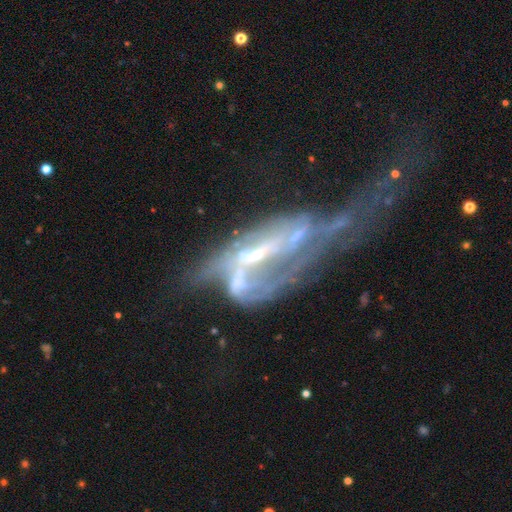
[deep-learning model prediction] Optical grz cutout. It shows a featured or disk galaxy (80%) with a strong bar (38%), spiral arms (71%) and a small central bulge (47%). Merging: major disturbance (47%).